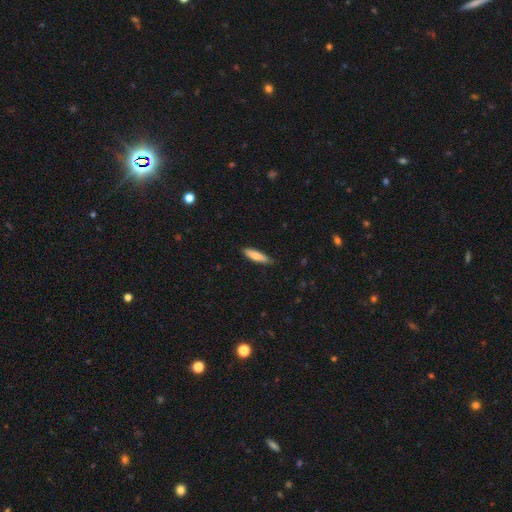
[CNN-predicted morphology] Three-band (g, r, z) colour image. It shows a smooth galaxy with no disk features (72%) that is cigar-shaped (69%). Merging: none (85%).